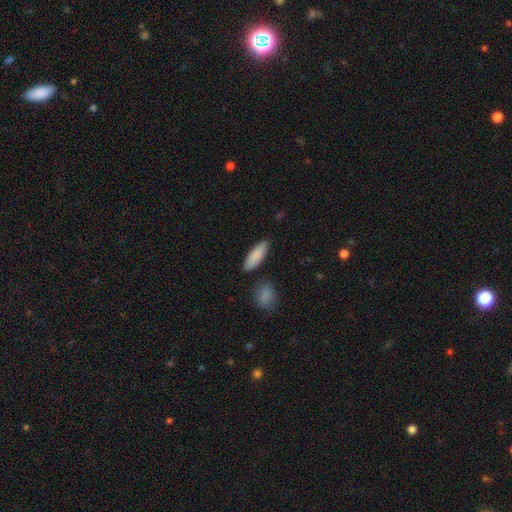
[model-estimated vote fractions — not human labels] smooth 88%, featured or disk 7%, star or artifact 5%. Down the decision tree: how rounded — in between (61%); merging — none (85%).